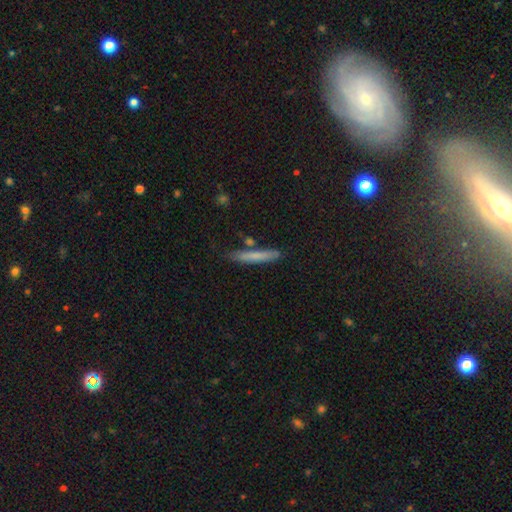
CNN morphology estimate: The model was most divided on "smooth or featured": smooth: 71%, featured or disk: 22%, star or artifact: 7%. More confident: how rounded — cigar-shaped (94%); merging — none (81%).